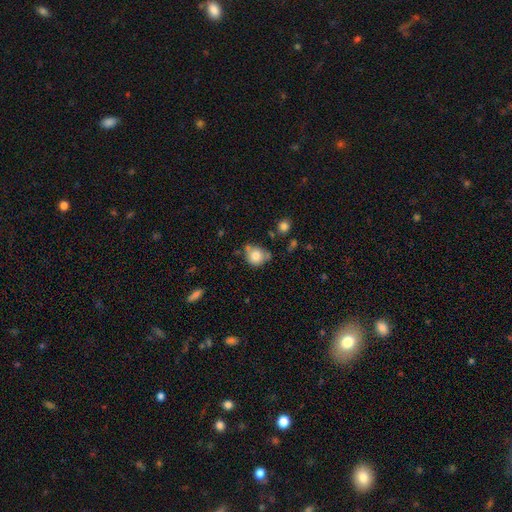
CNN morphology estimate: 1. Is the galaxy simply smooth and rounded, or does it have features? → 79% smooth, 11% featured or disk, 10% star or artifact.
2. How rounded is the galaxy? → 77% round, 22% in between, 1% cigar-shaped.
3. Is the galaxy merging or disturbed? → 57% none, 26% minor disturbance, 11% merger, 7% major disturbance.